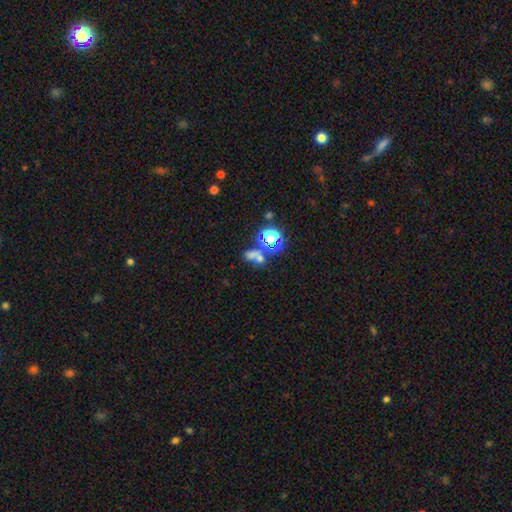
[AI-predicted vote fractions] Smooth or featured?
  - smooth: 50% *
  - star or artifact: 38%
  - featured or disk: 12%
How rounded?
  - round: 50% *
  - in between: 47%
  - cigar-shaped: 4%
Merging?
  - merger: 41% *
  - none: 38%
  - minor disturbance: 11%
  - major disturbance: 10%